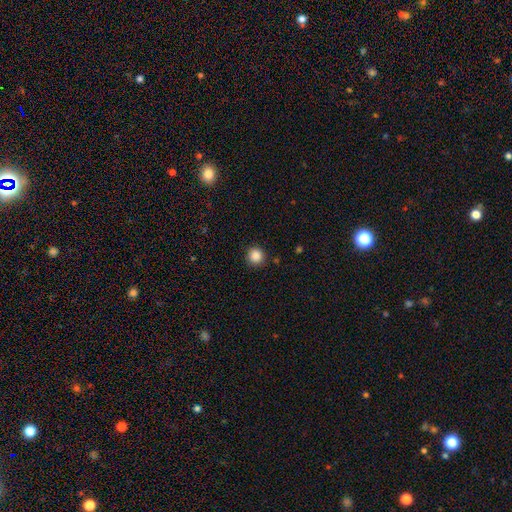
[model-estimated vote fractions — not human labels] Q: Smooth or featured?
A: smooth (87%); runner-up: star or artifact (10%)
Q: How rounded?
A: round (93%); runner-up: in between (6%)
Q: Merging?
A: none (89%); runner-up: minor disturbance (7%)